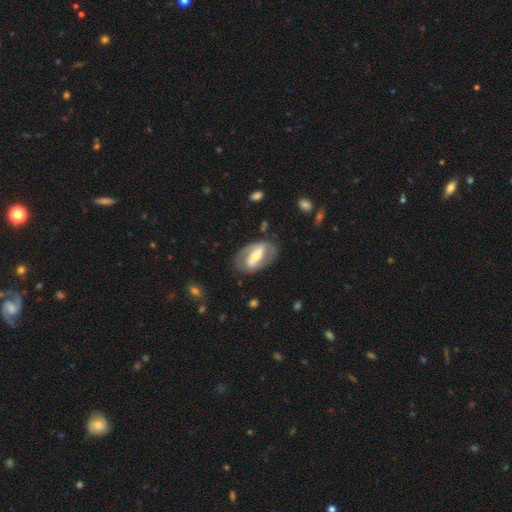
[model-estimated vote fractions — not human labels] Morphology: type=featured or disk (72%); edge-on=no (89%); bar=strong (70%); spiral arms=yes (61%); bulge=moderate (53%); merging=none (75%).